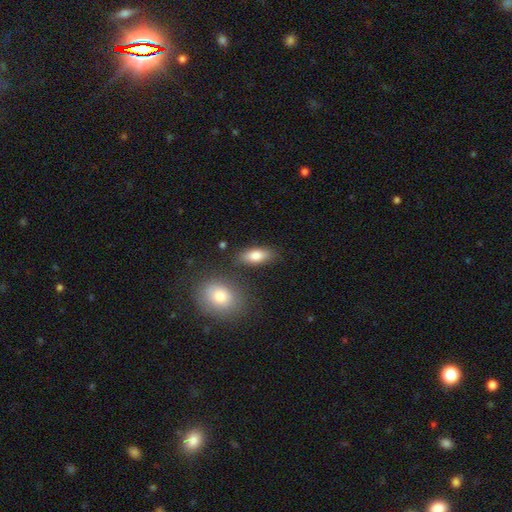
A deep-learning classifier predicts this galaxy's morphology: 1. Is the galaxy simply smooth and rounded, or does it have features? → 81% smooth, 12% featured or disk, 7% star or artifact.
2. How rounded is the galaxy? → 82% in between, 14% cigar-shaped, 4% round.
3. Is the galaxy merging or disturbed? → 79% none, 12% minor disturbance, 6% merger, 4% major disturbance.